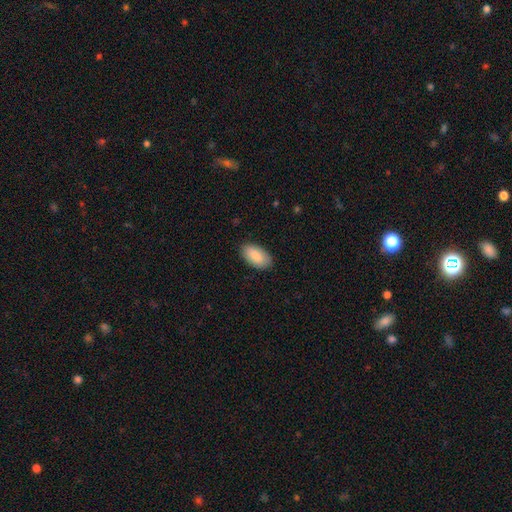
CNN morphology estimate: smooth 87%, featured or disk 8%, star or artifact 6%. Down the decision tree: how rounded — in between (95%); merging — none (86%).